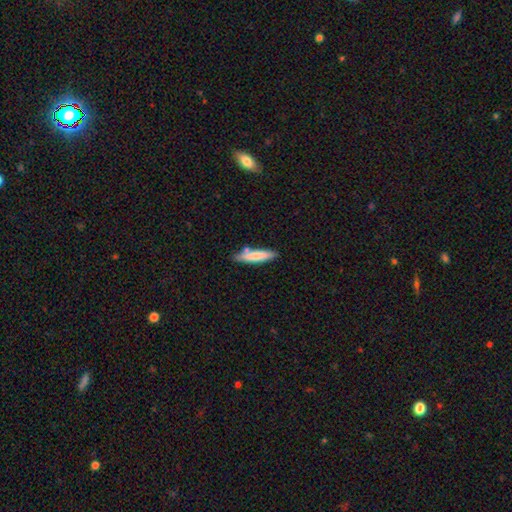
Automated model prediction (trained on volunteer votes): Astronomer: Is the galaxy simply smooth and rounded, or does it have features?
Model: smooth — 76%.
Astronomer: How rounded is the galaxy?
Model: cigar-shaped — 84%.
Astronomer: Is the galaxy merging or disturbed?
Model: none — 76%.